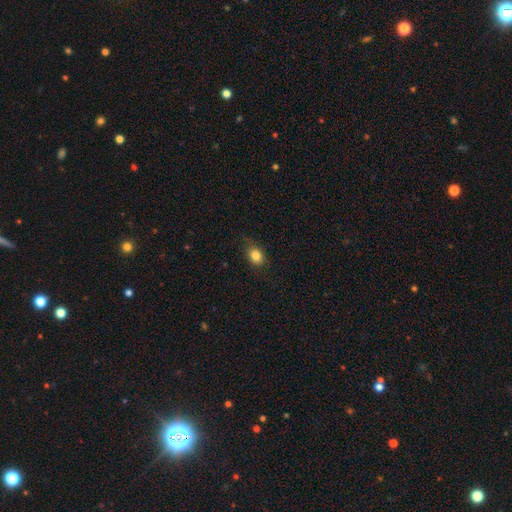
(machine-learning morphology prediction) Q: Smooth or featured?
A: smooth (84%); runner-up: star or artifact (10%)
Q: How rounded?
A: in between (57%); runner-up: round (42%)
Q: Merging?
A: none (78%); runner-up: minor disturbance (17%)